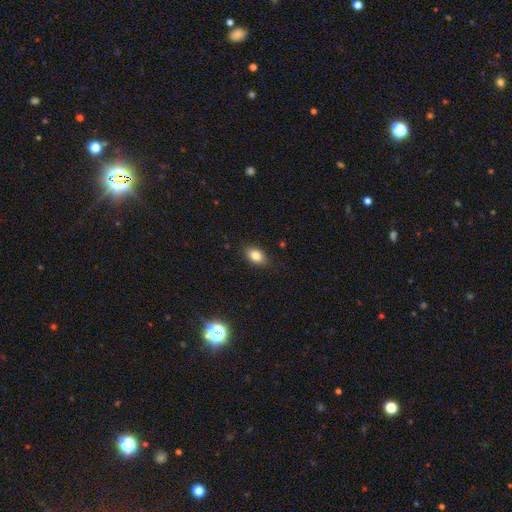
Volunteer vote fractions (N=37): smooth_or_featured: smooth (p=0.86) [alt: featured or disk p=0.08]
how_rounded: in between (p=0.75) [alt: round p=0.25]
merging: none (p=0.83) [alt: minor disturbance p=0.17]